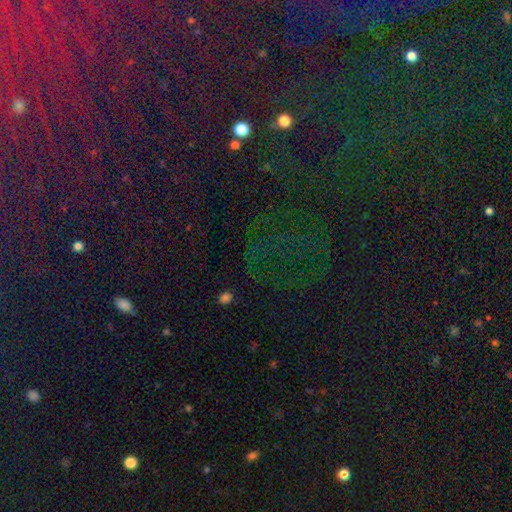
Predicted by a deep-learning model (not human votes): Morphology: type=star or artifact (74%).